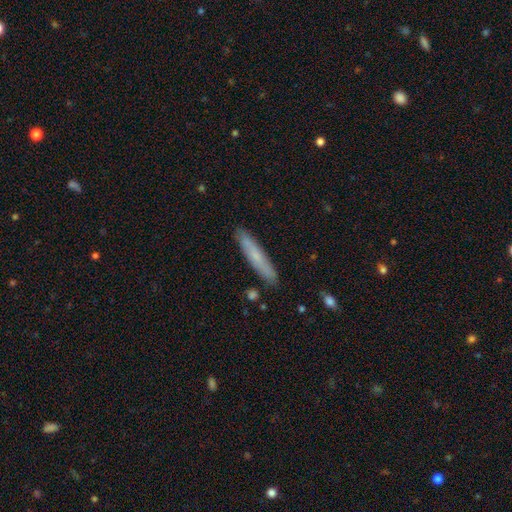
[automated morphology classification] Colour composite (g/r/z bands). It shows a smooth galaxy with no disk features (63%) that is cigar-shaped (91%). Merging: none (88%).